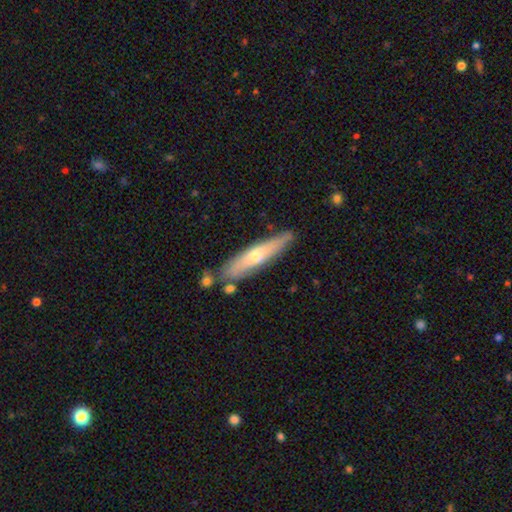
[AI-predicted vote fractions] smooth_or_featured: smooth (p=0.48) [alt: featured or disk p=0.47]
merging: none (p=0.74) [alt: minor disturbance p=0.16]